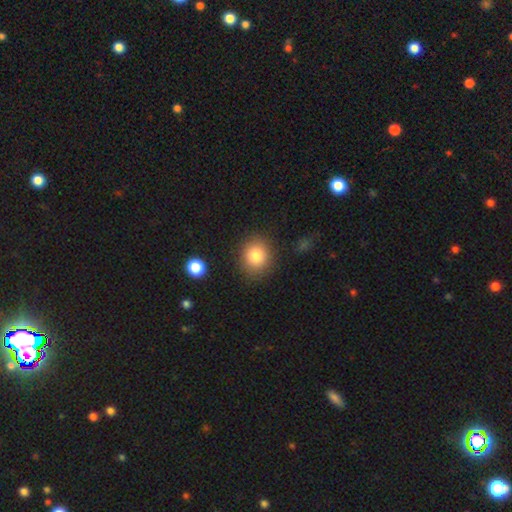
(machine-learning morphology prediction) Smooth or featured?
  - smooth: 83% *
  - star or artifact: 10%
  - featured or disk: 7%
How rounded?
  - round: 76% *
  - in between: 23%
  - cigar-shaped: 1%
Merging?
  - none: 85% *
  - minor disturbance: 10%
  - major disturbance: 3%
  - merger: 2%